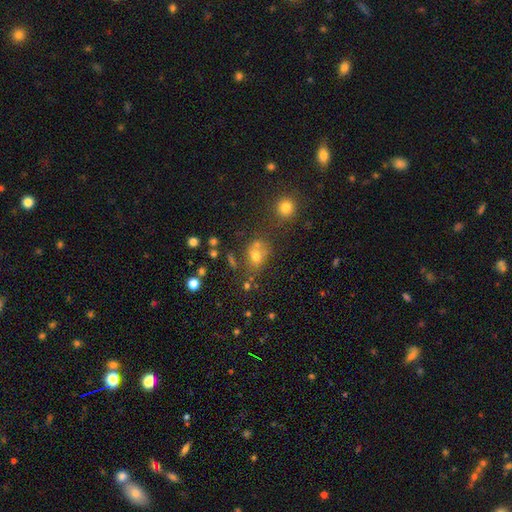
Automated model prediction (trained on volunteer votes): Smooth or featured?
  - smooth: 62% *
  - star or artifact: 22%
  - featured or disk: 16%
How rounded?
  - in between: 50% *
  - round: 48%
  - cigar-shaped: 2%
Merging?
  - none: 47% *
  - merger: 30%
  - minor disturbance: 15%
  - major disturbance: 8%